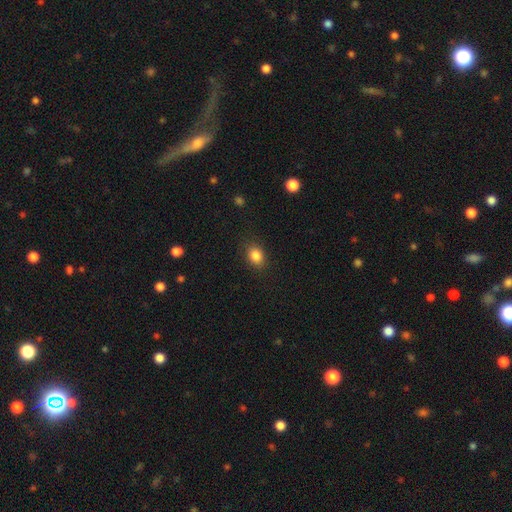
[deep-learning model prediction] A smooth galaxy with no disk features (85%) that is in between round and cigar-shaped (56%).

Vote fractions:
- Smooth or featured? smooth: 85% / star or artifact: 10% / featured or disk: 5%
- How rounded? in between: 56% / round: 43% / cigar-shaped: 1%
- Merging? none: 86% / minor disturbance: 10% / major disturbance: 3% / merger: 1%